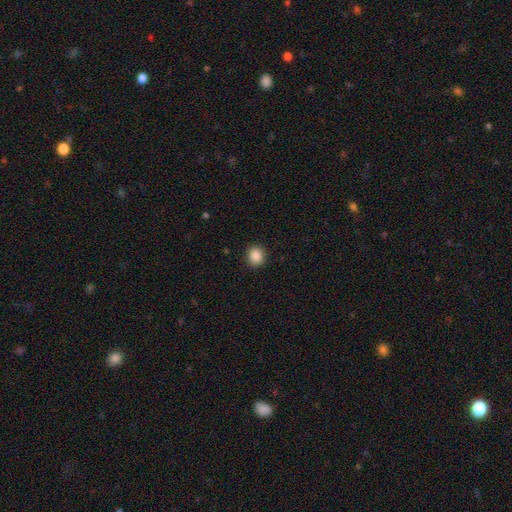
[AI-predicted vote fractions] Morphology: type=smooth (87%); roundness=round (78%); merging=none (91%).